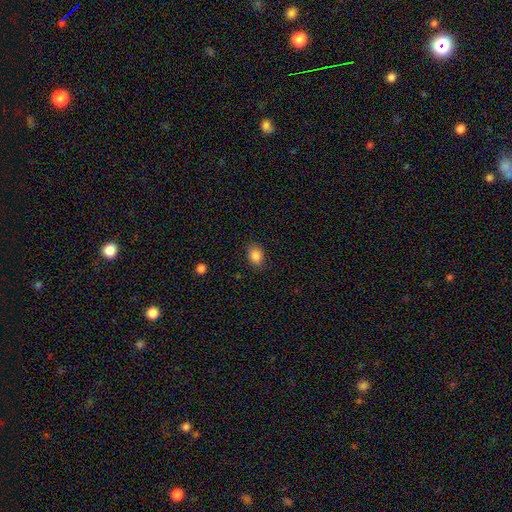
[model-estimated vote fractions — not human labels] smooth 86%, star or artifact 9%, featured or disk 5%. Down the decision tree: how rounded — in between (65%); merging — none (83%).